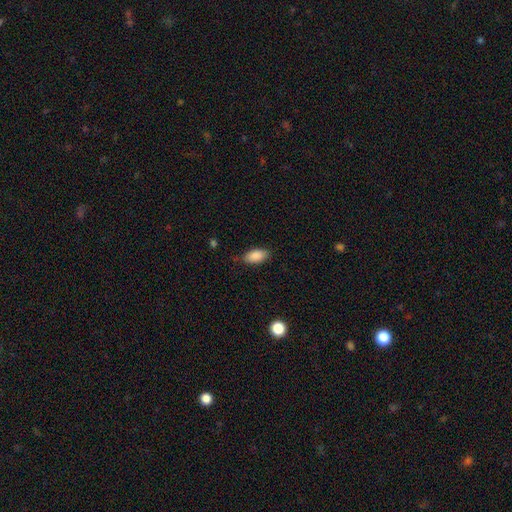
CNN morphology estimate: Smooth or featured?
  - smooth: 88% *
  - star or artifact: 7%
  - featured or disk: 5%
How rounded?
  - in between: 92% *
  - cigar-shaped: 5%
  - round: 3%
Merging?
  - none: 81% *
  - minor disturbance: 15%
  - major disturbance: 3%
  - merger: 1%